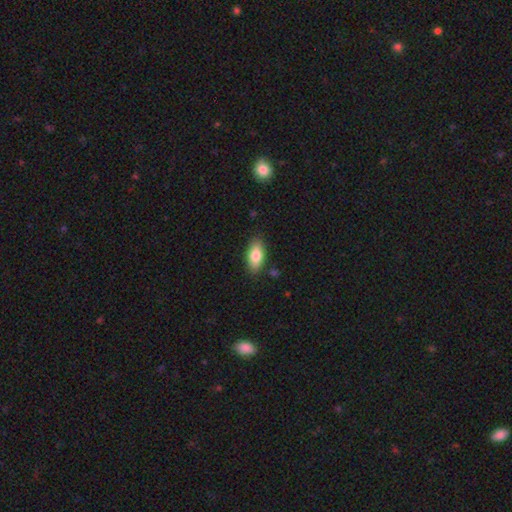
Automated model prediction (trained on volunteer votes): Smooth or featured? Predicted: smooth (p=0.80). How rounded? Predicted: in between (p=0.88). Merging? Predicted: none (p=0.86).